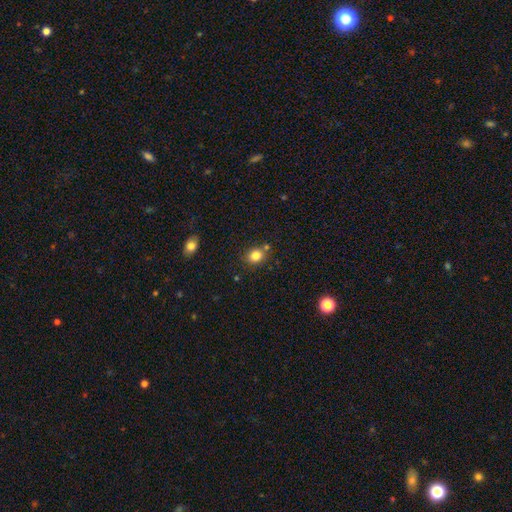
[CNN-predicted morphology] type=smooth (83%); roundness=round (65%); merging=none (73%).